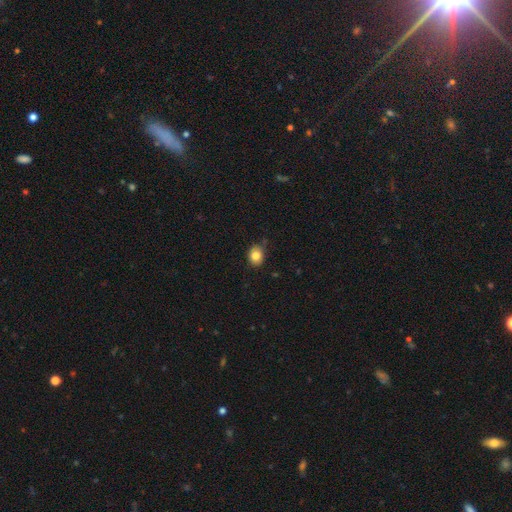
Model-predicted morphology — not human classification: Smooth or featured? Predicted: smooth (p=0.82). How rounded? Predicted: round (p=0.63). Merging? Predicted: none (p=0.79).